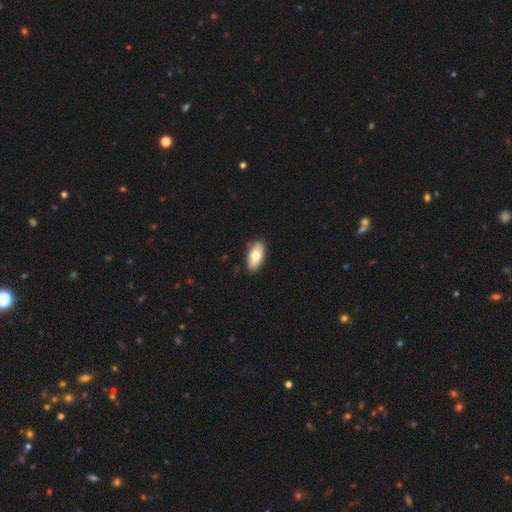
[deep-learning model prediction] Smooth or featured: smooth — 73% (featured or disk — 20%)
How rounded: in between — 92% (cigar-shaped — 5%)
Merging: none — 87% (minor disturbance — 10%)